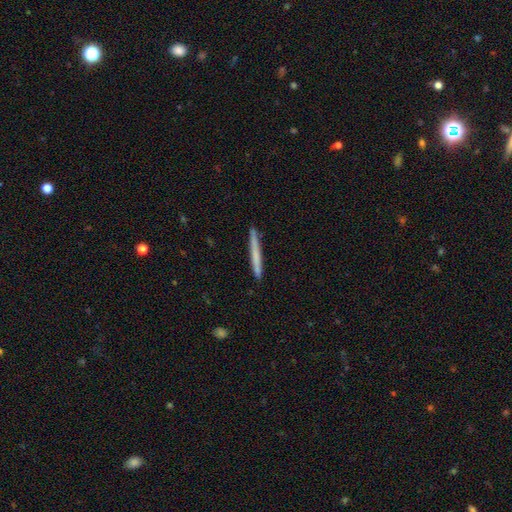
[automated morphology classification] The model was most divided on "smooth or featured": smooth: 61%, featured or disk: 34%, star or artifact: 6%. More confident: how rounded — cigar-shaped (97%); merging — none (90%).